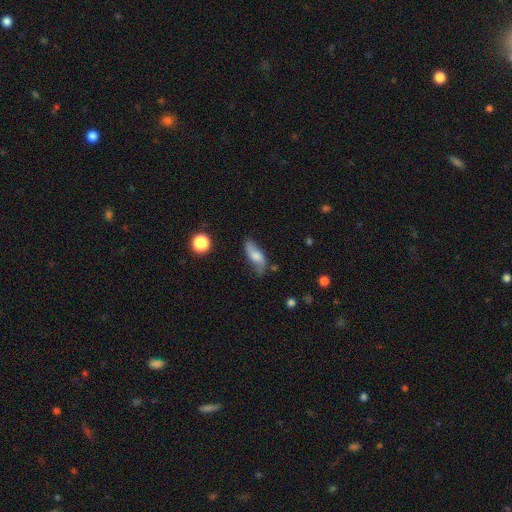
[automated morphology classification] Smooth or featured? Predicted: smooth (p=0.56). How rounded? Predicted: in between (p=0.67). Merging? Predicted: none (p=0.64).